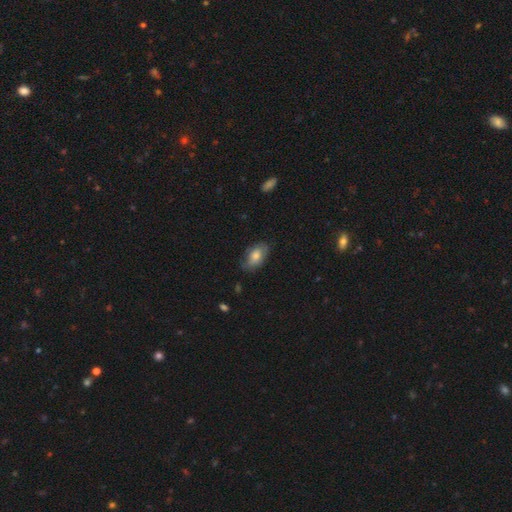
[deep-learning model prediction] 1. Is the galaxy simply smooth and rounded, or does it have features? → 68% smooth, 25% featured or disk, 7% star or artifact.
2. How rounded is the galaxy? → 90% in between, 9% round, 2% cigar-shaped.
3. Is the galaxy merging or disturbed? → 68% none, 24% minor disturbance, 7% major disturbance, 1% merger.